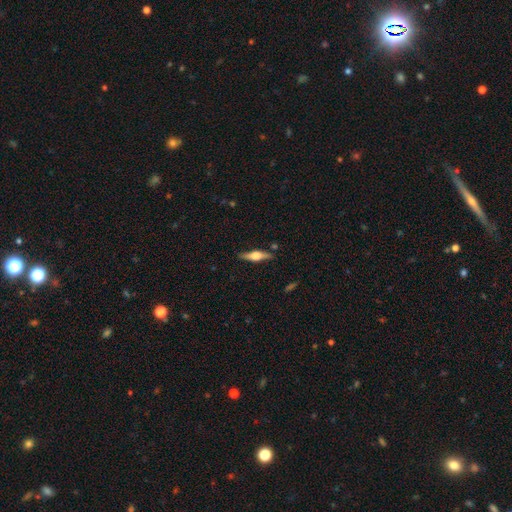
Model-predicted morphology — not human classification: smooth_or_featured: featured or disk (p=0.67) [alt: smooth p=0.27]
disk_edge_on: yes (p=0.96) [alt: no p=0.04]
edge_on_bulge: rounded (p=0.91) [alt: boxy p=0.07]
merging: none (p=0.86) [alt: minor disturbance p=0.10]